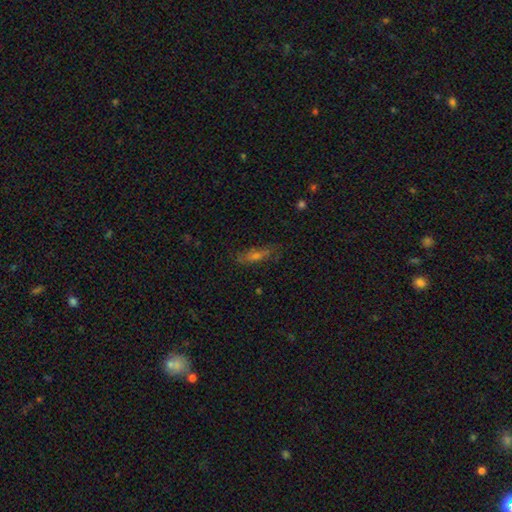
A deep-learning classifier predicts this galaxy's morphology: Smooth or featured? Predicted: smooth (p=0.45). Merging? Predicted: none (p=0.74).